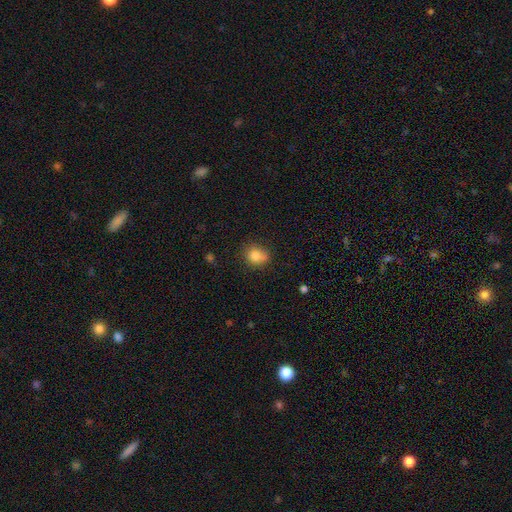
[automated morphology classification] Smooth or featured? smooth (82%)
How rounded? round (72%)
Merging? none (68%)